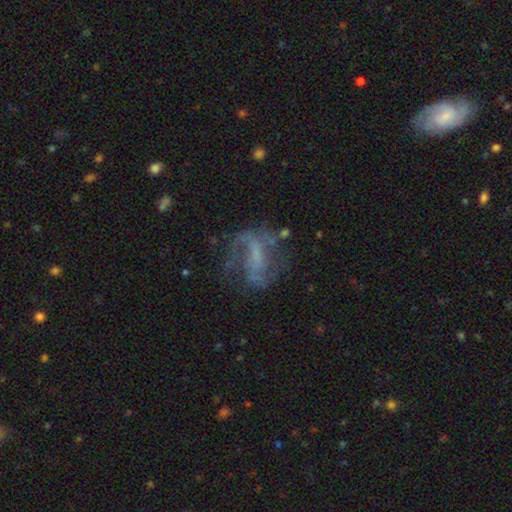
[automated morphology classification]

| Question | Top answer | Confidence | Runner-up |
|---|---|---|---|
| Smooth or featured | featured or disk | 75% | smooth (14%) |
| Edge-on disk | no | 96% | yes (4%) |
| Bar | weak | 41% | strong (33%) |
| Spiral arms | yes | 84% | no (16%) |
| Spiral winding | loose | 44% | medium (41%) |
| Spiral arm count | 2 | 67% | can't tell (15%) |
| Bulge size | none | 46% | small (32%) |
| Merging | none | 54% | major disturbance (23%) |